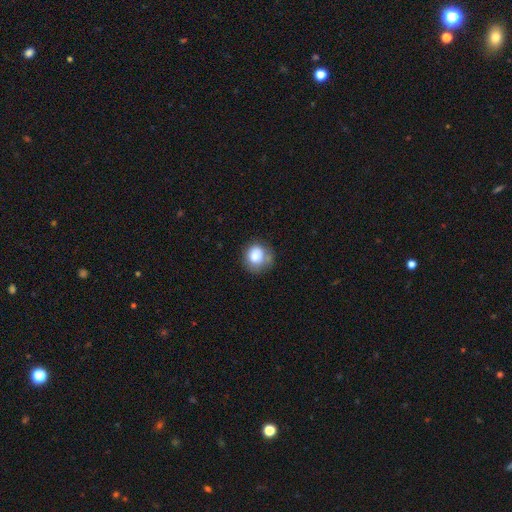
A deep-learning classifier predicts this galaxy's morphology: This appears to be a smooth galaxy with no disk features (81%) that is round (81%). Merging: none (55%).